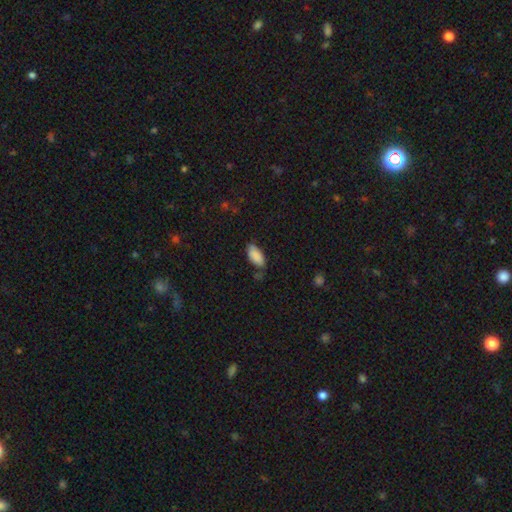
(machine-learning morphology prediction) smooth 88%, star or artifact 7%, featured or disk 5%. Down the decision tree: how rounded — in between (91%); merging — none (64%).